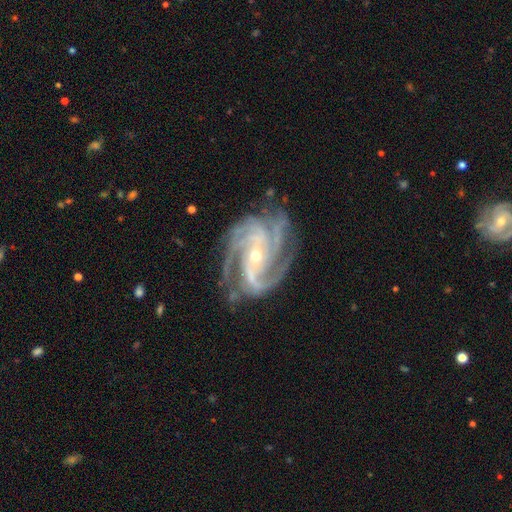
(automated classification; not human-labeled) A featured or disk galaxy (93%) with no bar (46%), 3 (35%) tight (53%) spiral arms (99%) and a small central bulge (66%).

Vote fractions:
- Smooth or featured? featured or disk: 93% / star or artifact: 5% / smooth: 2%
- Edge-on disk? no: 98% / yes: 2%
- Bar? no: 46% / weak: 30% / strong: 24%
- Spiral arms? yes: 99% / no: 1%
- Spiral winding? tight: 53% / medium: 41% / loose: 6%
- Spiral arm count? 3: 35% / 4: 30% / 2: 13% / can't tell: 9% / more than 4: 7% / 1: 6%
- Bulge size? small: 66% / moderate: 31% / large: 1% / none: 1% / dominant: 1%
- Merging? none: 75% / minor disturbance: 17% / major disturbance: 7% / merger: 1%